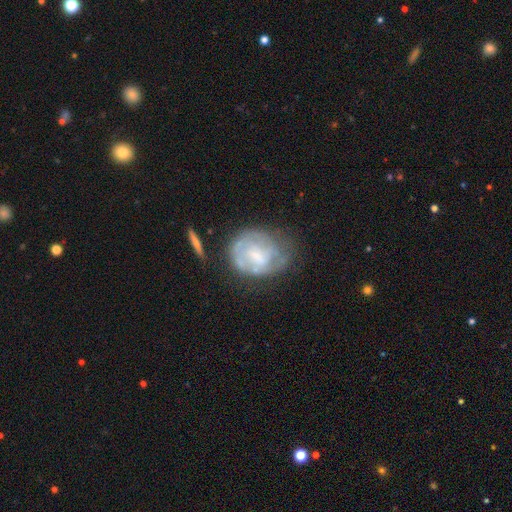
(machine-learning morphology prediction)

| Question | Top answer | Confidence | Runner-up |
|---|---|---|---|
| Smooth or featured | featured or disk | 57% | smooth (35%) |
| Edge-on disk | no | 97% | yes (3%) |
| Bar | no | 57% | weak (35%) |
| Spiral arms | no | 56% | yes (44%) |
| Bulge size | small | 36% | moderate (31%) |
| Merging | none | 45% | minor disturbance (29%) |